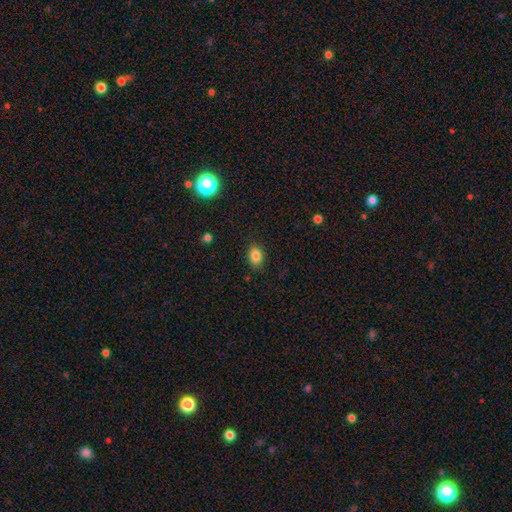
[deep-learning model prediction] Smooth or featured? Predicted: smooth (p=0.83). How rounded? Predicted: in between (p=0.74). Merging? Predicted: none (p=0.84).